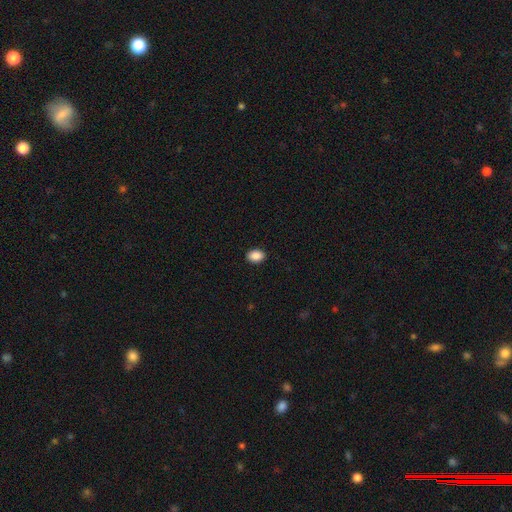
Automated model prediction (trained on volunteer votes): This appears to be a smooth galaxy with no disk features (89%) that is in between round and cigar-shaped (76%). Merging: none (91%).